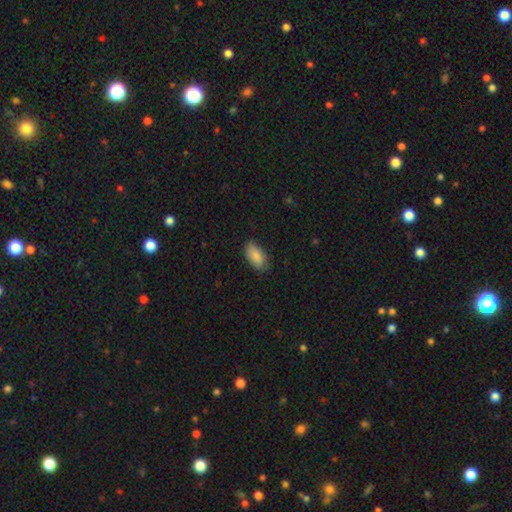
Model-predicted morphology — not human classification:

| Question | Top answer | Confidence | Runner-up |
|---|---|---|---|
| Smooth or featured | smooth | 87% | star or artifact (7%) |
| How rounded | in between | 92% | cigar-shaped (6%) |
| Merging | none | 78% | minor disturbance (17%) |